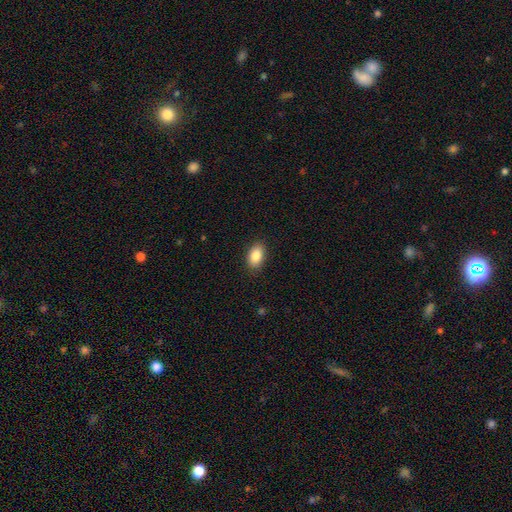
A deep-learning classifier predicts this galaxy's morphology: Overall: smooth (86%). How rounded: in between (90%). Merging: none (88%).